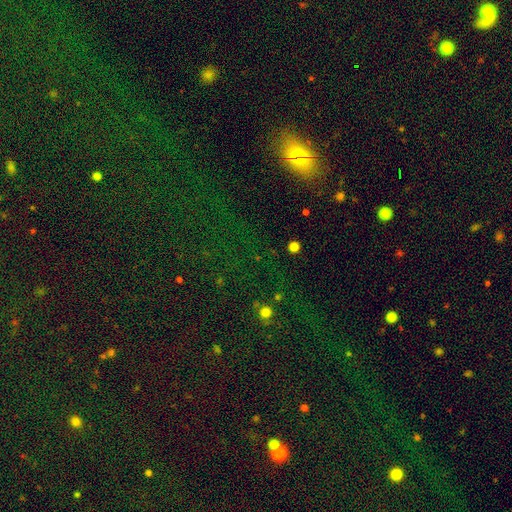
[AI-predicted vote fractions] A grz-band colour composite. It shows a smooth galaxy with no disk features (45%). Merging: none (81%).